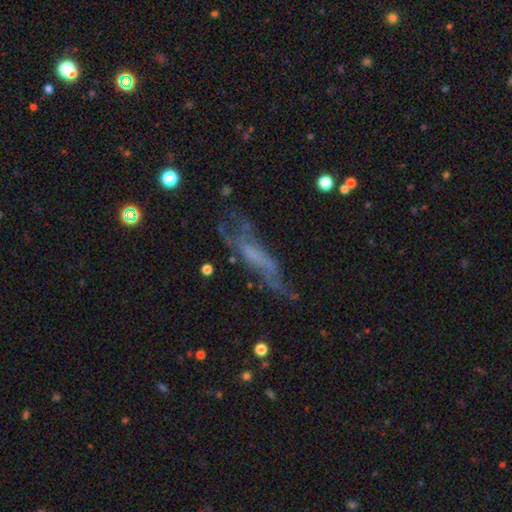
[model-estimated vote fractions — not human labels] A featured or disk galaxy (57%). Merging: none (51%).